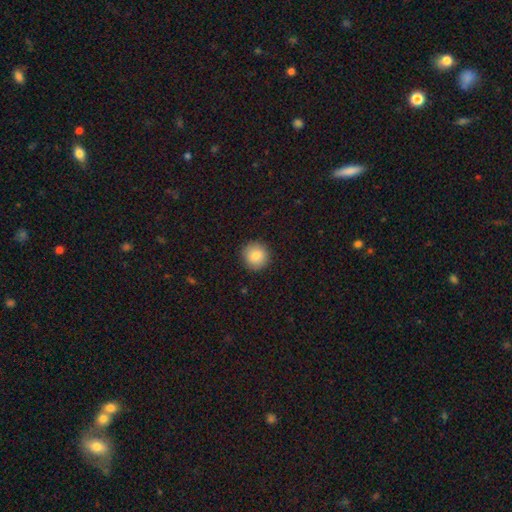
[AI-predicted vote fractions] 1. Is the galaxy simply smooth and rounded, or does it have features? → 84% smooth, 9% star or artifact, 7% featured or disk.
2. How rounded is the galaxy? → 92% round, 7% in between, 1% cigar-shaped.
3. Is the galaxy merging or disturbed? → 90% none, 7% minor disturbance, 2% major disturbance, 1% merger.